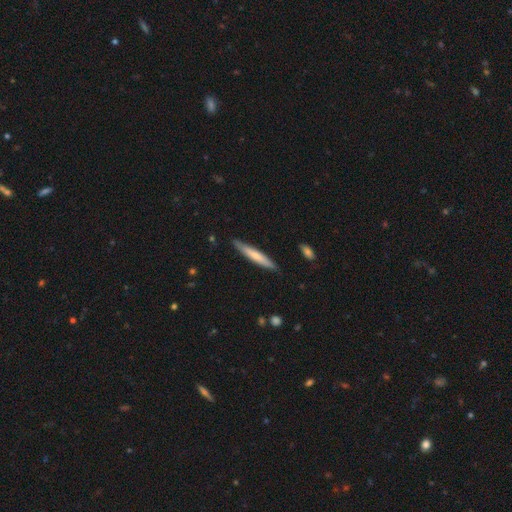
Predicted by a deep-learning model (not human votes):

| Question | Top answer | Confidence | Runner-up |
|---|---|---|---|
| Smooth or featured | smooth | 60% | featured or disk (35%) |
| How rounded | cigar-shaped | 93% | in between (6%) |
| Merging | none | 88% | minor disturbance (10%) |